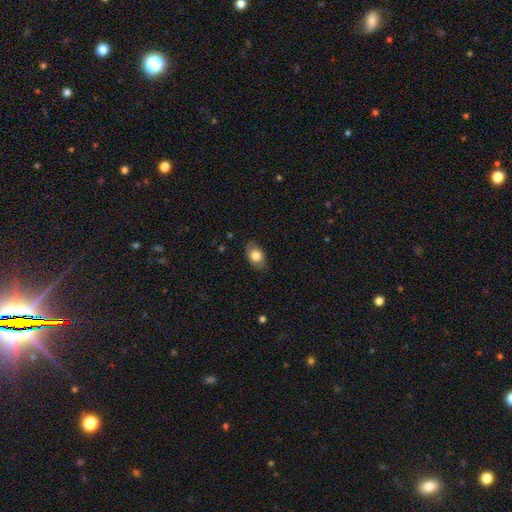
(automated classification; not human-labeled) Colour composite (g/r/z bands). It shows a smooth galaxy with no disk features (78%) that is in between round and cigar-shaped (86%). Merging: none (82%).